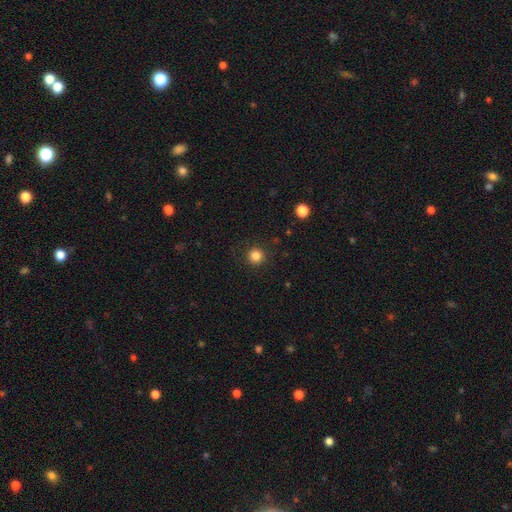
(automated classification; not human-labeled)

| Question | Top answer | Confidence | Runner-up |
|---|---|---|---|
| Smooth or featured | smooth | 84% | star or artifact (12%) |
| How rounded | round | 95% | in between (4%) |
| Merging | none | 91% | minor disturbance (6%) |